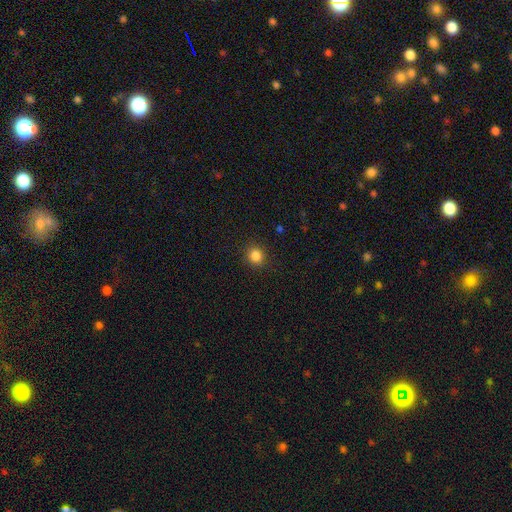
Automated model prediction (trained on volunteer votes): The model was most divided on "how rounded": round: 84%, in between: 15%, cigar-shaped: 1%. More confident: merging — none (91%); smooth or featured — smooth (85%).